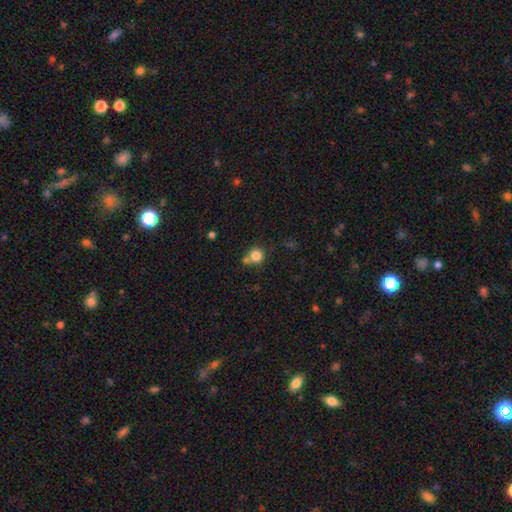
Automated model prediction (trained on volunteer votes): Q: Smooth or featured?
A: smooth (82%); runner-up: star or artifact (11%)
Q: How rounded?
A: round (89%); runner-up: in between (10%)
Q: Merging?
A: none (57%); runner-up: merger (29%)